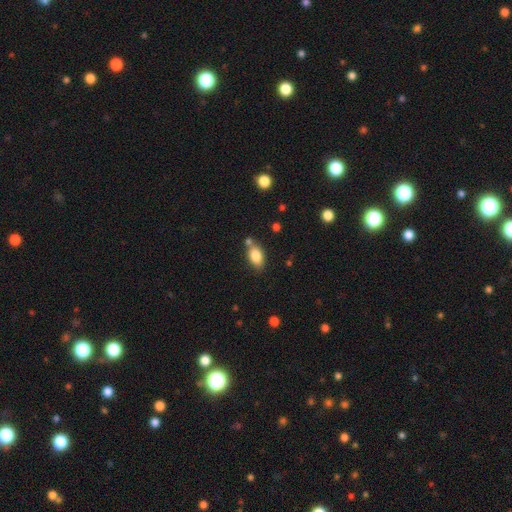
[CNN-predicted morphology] type=smooth (83%); roundness=in between (88%); merging=none (69%).